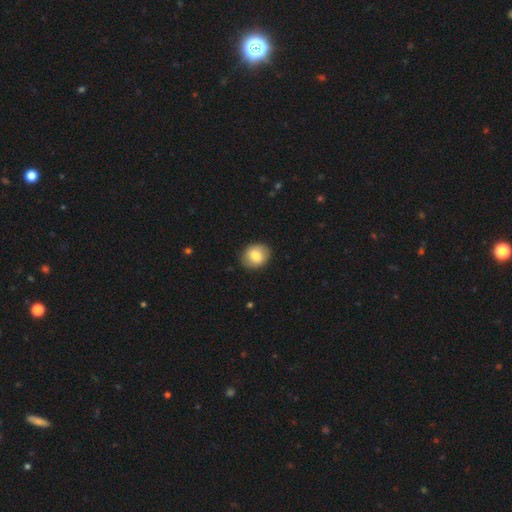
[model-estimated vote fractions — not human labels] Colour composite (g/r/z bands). It shows a smooth galaxy with no disk features (76%) that is round (62%). Merging: none (86%).